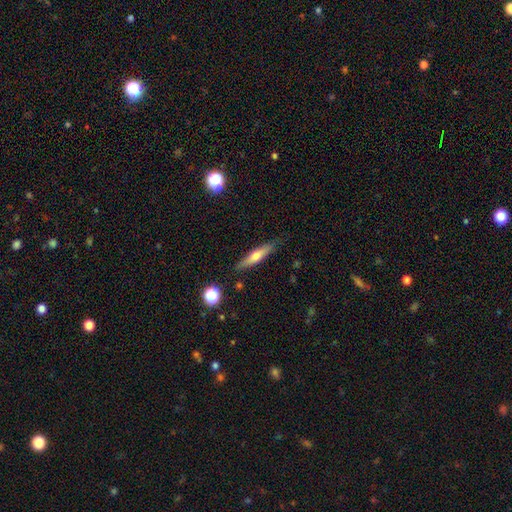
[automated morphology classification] Overall: smooth (47%; featured or disk 46%). Merging: none (84%).